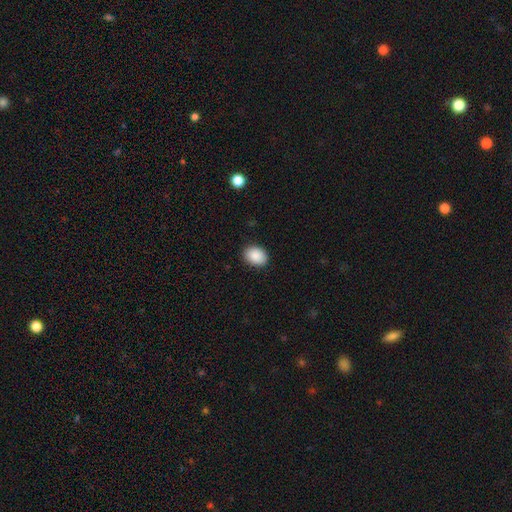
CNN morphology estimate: smooth-or-featured: smooth: 89% | star or artifact: 7% | featured or disk: 3%
  how-rounded: in between: 69% | round: 30% | cigar-shaped: 1%
  merging: none: 89% | minor disturbance: 9% | major disturbance: 2% | merger: 1%